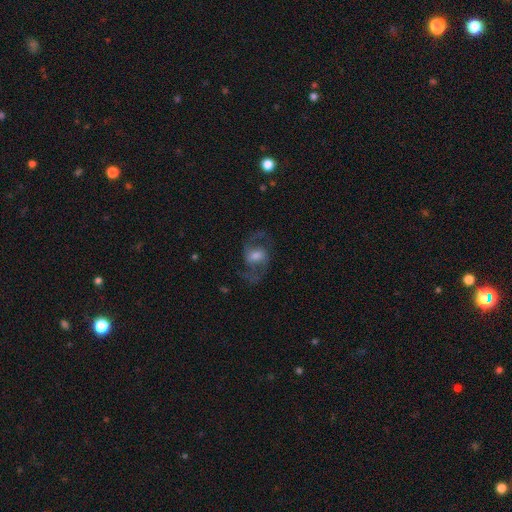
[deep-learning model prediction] A featured or disk galaxy (77%) with a weak bar (46%), 2 (91%) medium (52%) spiral arms (92%) and a moderate central bulge (51%).

Vote fractions:
- Smooth or featured? featured or disk: 77% / smooth: 16% / star or artifact: 8%
- Edge-on disk? no: 97% / yes: 3%
- Bar? weak: 46% / no: 40% / strong: 14%
- Spiral arms? yes: 92% / no: 8%
- Spiral winding? medium: 52% / loose: 38% / tight: 10%
- Spiral arm count? 2: 91% / can't tell: 4% / 1: 2% / 3: 1% / 4: 1% / more than 4: 1%
- Bulge size? moderate: 51% / large: 22% / small: 20% / none: 5% / dominant: 2%
- Merging? none: 70% / minor disturbance: 15% / major disturbance: 14% / merger: 2%